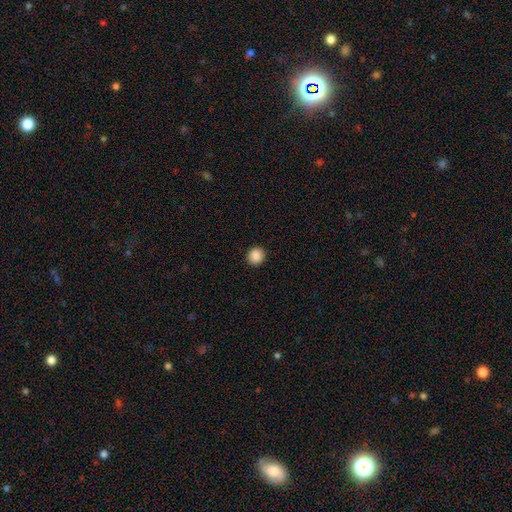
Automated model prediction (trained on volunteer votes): This appears to be a smooth galaxy with no disk features (88%) that is round (89%). Merging: none (92%).